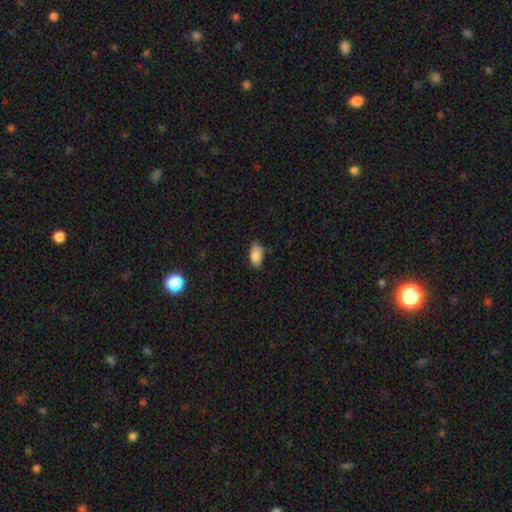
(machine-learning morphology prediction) This appears to be a smooth galaxy with no disk features (84%) that is in between round and cigar-shaped (92%). Merging: none (72%).